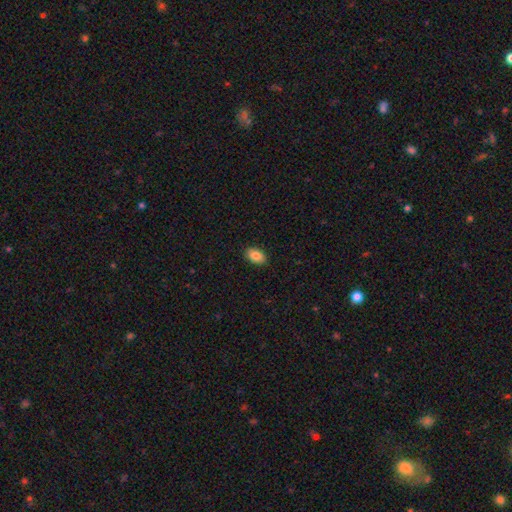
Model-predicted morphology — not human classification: smooth_or_featured: smooth (p=0.86) [alt: star or artifact p=0.07]
how_rounded: in between (p=0.91) [alt: round p=0.07]
merging: none (p=0.89) [alt: minor disturbance p=0.08]